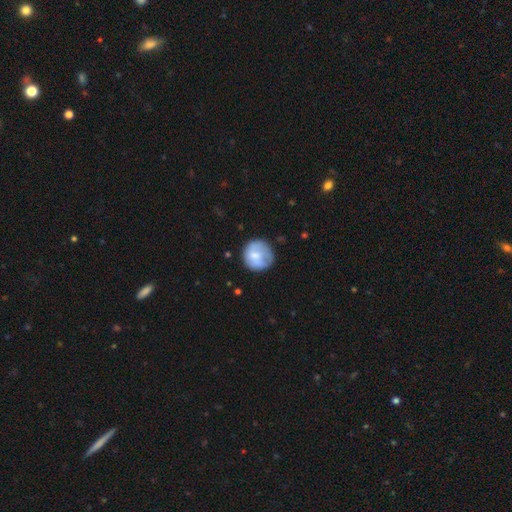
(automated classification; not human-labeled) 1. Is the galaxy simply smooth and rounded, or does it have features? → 68% smooth, 25% featured or disk, 7% star or artifact.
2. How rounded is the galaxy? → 92% round, 7% in between, 1% cigar-shaped.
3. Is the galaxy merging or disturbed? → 70% none, 20% minor disturbance, 8% major disturbance, 2% merger.